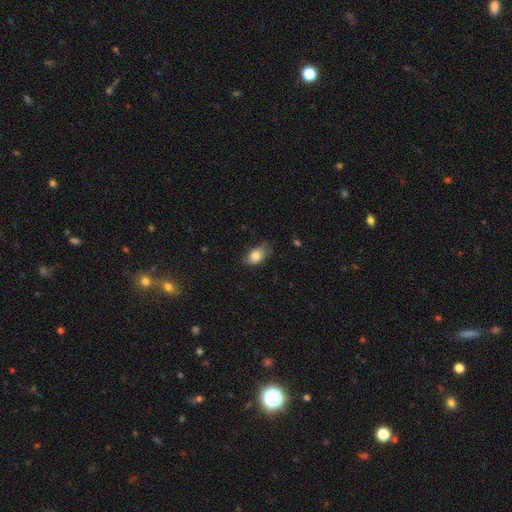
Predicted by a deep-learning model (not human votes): smooth 82%, featured or disk 11%, star or artifact 8%. Down the decision tree: how rounded — in between (85%); merging — none (59%).